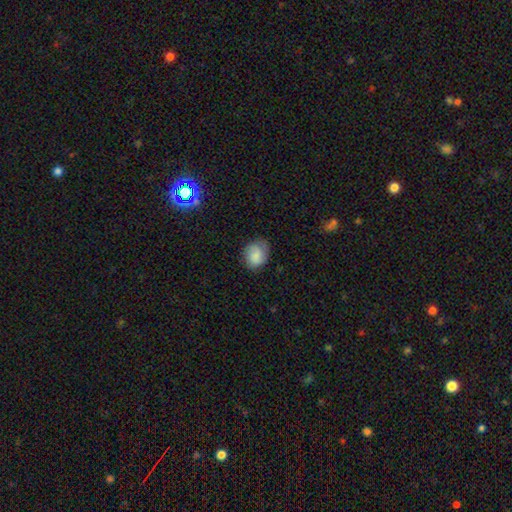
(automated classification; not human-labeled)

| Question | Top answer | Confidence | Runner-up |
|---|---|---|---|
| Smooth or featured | smooth | 80% | featured or disk (12%) |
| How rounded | round | 58% | in between (41%) |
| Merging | none | 68% | minor disturbance (25%) |